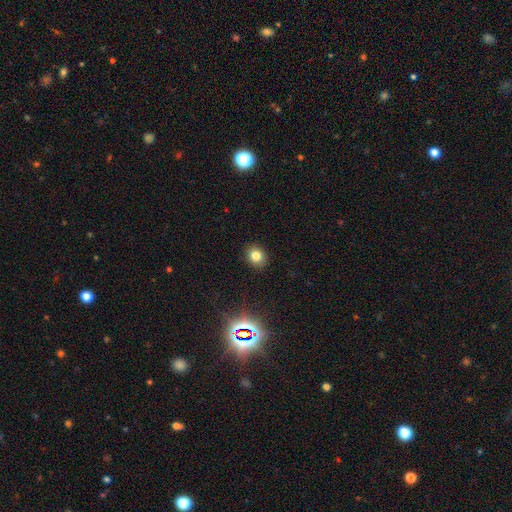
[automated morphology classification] This is likely a smooth galaxy (79%). How rounded: likely round (62%). Merging: clearly none (90%).